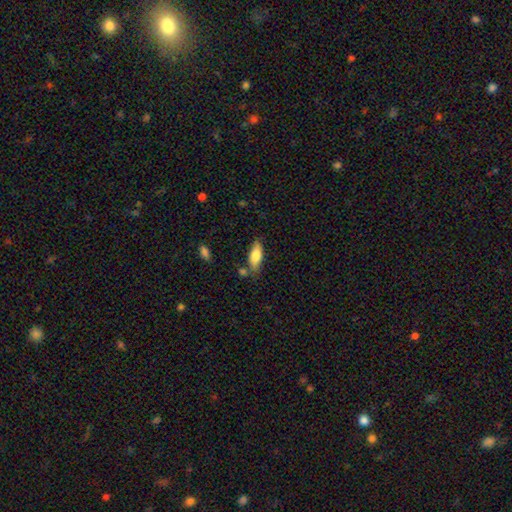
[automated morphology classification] The model was most divided on "how rounded": in between: 77%, cigar-shaped: 20%, round: 2%. More confident: smooth or featured — smooth (79%); merging — none (73%).